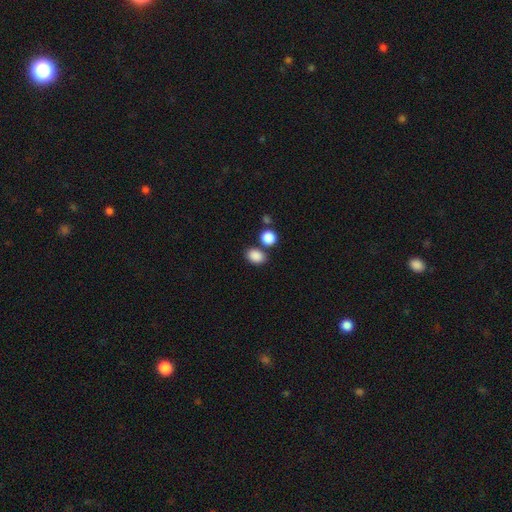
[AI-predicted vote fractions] This appears to be a smooth galaxy with no disk features (87%) that is in between round and cigar-shaped (66%). Merging: none (71%).